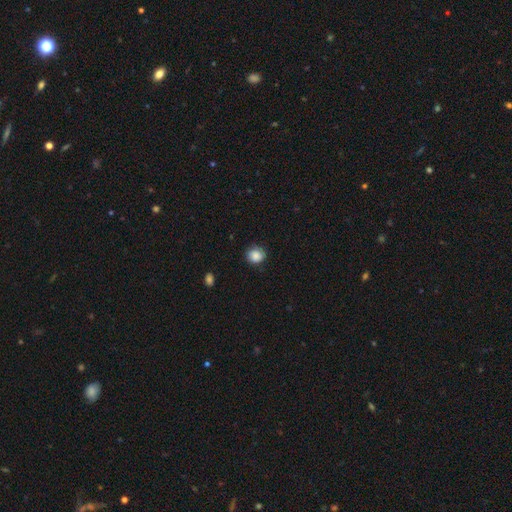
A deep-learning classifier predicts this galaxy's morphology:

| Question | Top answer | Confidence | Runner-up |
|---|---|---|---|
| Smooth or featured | smooth | 85% | star or artifact (9%) |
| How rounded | round | 82% | in between (17%) |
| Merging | none | 78% | minor disturbance (17%) |